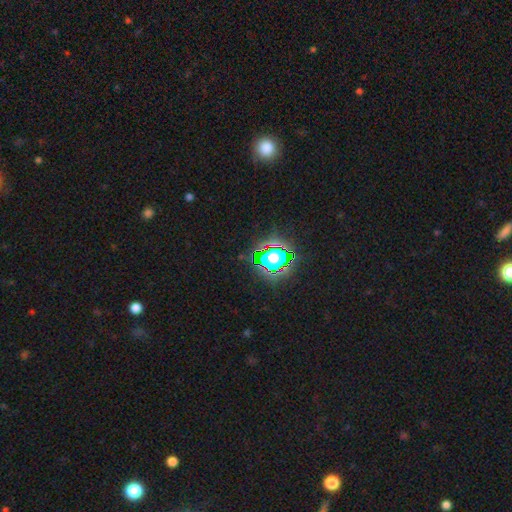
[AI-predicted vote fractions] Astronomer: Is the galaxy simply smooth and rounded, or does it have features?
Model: star or artifact — 78%.